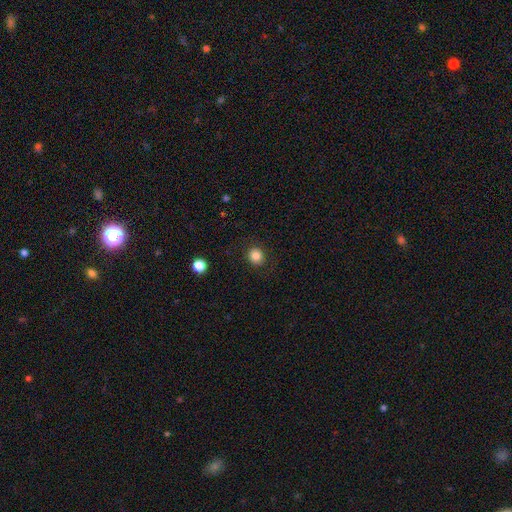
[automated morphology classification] This is clearly a smooth galaxy (84%). How rounded: clearly round (82%). Merging: clearly none (89%).